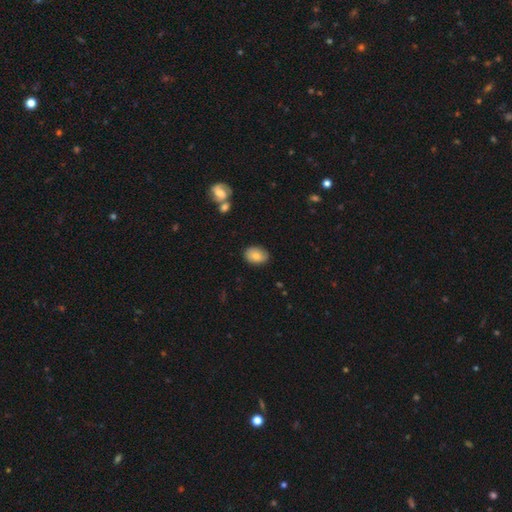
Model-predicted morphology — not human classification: A smooth galaxy with no disk features (80%) that is in between round and cigar-shaped (81%).

Vote fractions:
- Smooth or featured? smooth: 80% / featured or disk: 13% / star or artifact: 8%
- How rounded? in between: 81% / round: 18% / cigar-shaped: 1%
- Merging? none: 82% / minor disturbance: 14% / major disturbance: 3% / merger: 2%